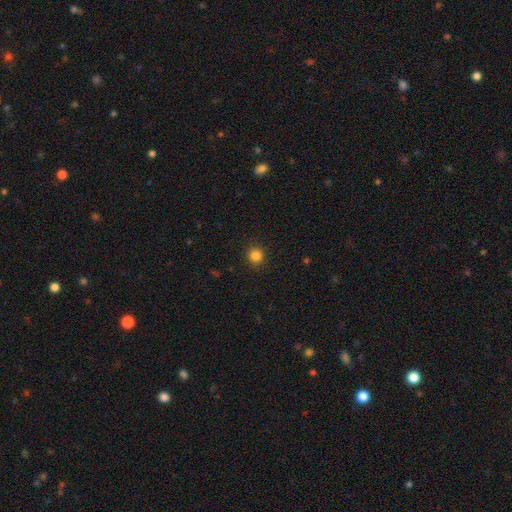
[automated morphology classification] Smooth or featured: smooth — 84% (star or artifact — 13%)
How rounded: round — 94% (in between — 5%)
Merging: none — 92% (minor disturbance — 5%)